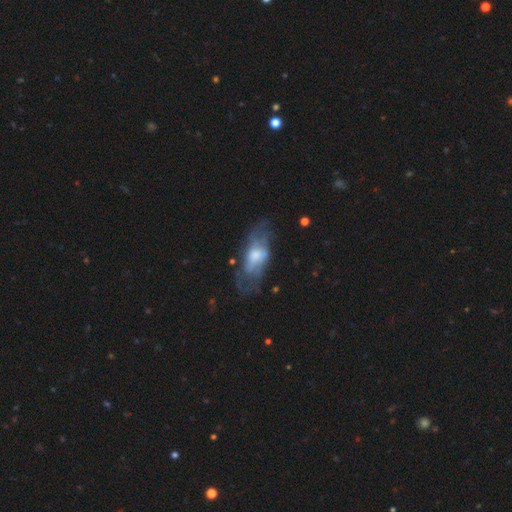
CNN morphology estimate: Smooth or featured: featured or disk — 54% (smooth — 38%)
Edge-on disk: no — 87% (yes — 13%)
Merging: none — 44% (major disturbance — 28%)